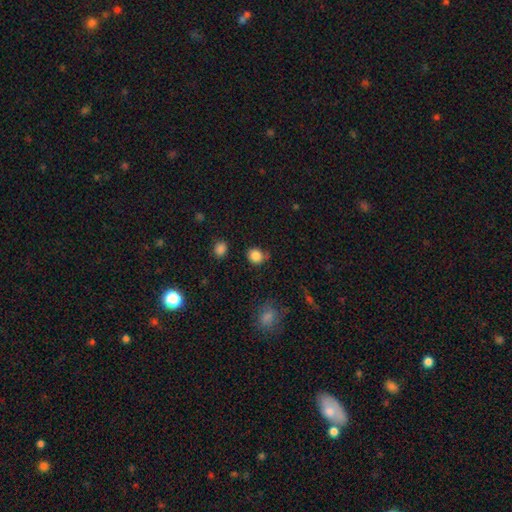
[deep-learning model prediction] This is clearly a smooth galaxy (85%). How rounded: likely round (78%). Merging: likely none (70%).